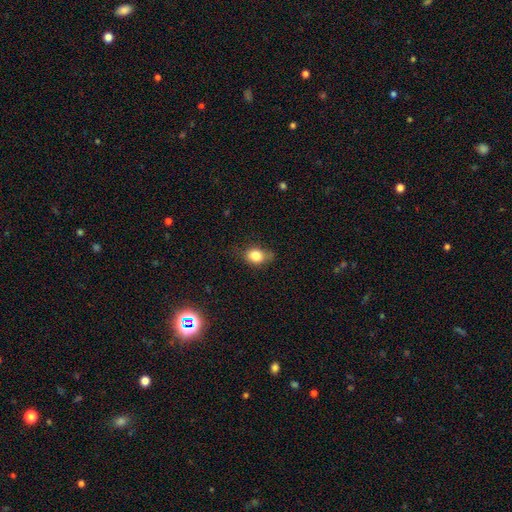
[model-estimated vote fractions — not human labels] Q: Smooth or featured?
A: smooth (80%); runner-up: star or artifact (10%)
Q: How rounded?
A: in between (54%); runner-up: round (44%)
Q: Merging?
A: none (62%); runner-up: minor disturbance (29%)